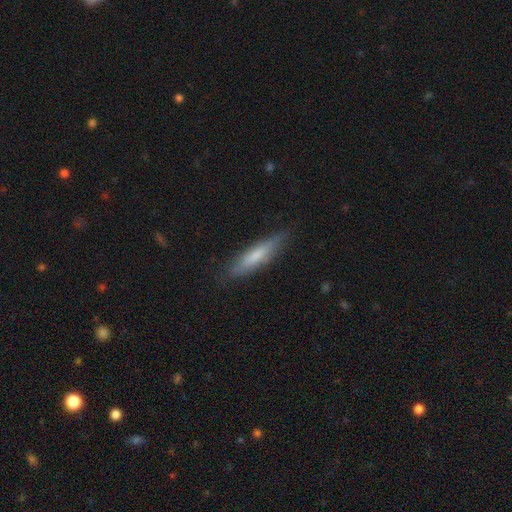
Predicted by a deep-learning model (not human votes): This appears to be a smooth galaxy with no disk features (66%) that is cigar-shaped (82%). Merging: none (83%).